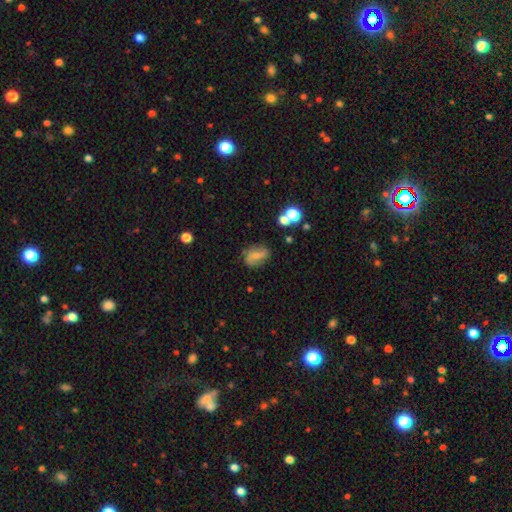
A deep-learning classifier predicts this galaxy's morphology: smooth-or-featured: featured or disk: 58% | smooth: 31% | star or artifact: 11%
  disk-edge-on: no: 95% | yes: 5%
    bar: weak: 40% | no: 34% | strong: 25%
    has-spiral-arms: yes: 86% | no: 14%
    bulge-size: small: 45% | none: 33% | moderate: 18% | large: 3% | dominant: 1%
  merging: none: 66% | minor disturbance: 21% | major disturbance: 10% | merger: 4%